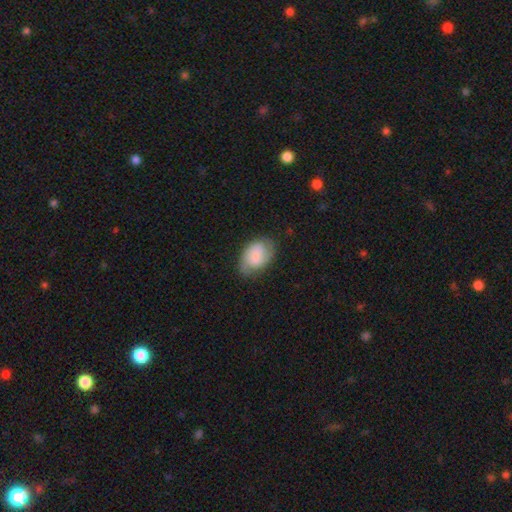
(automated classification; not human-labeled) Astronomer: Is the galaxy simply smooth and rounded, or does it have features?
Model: smooth — 53% (runner-up: featured or disk, 40%).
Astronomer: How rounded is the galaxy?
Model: in between — 83%.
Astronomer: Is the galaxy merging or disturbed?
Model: none — 69%.